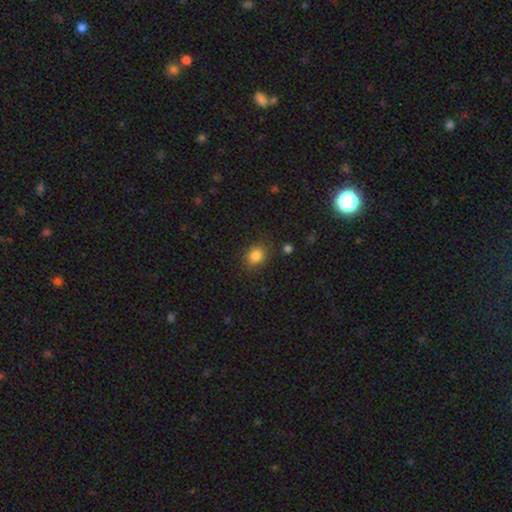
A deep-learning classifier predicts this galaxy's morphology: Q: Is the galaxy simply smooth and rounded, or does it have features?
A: smooth — 84%.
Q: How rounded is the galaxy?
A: round — 60%.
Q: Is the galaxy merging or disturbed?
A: none — 83%.